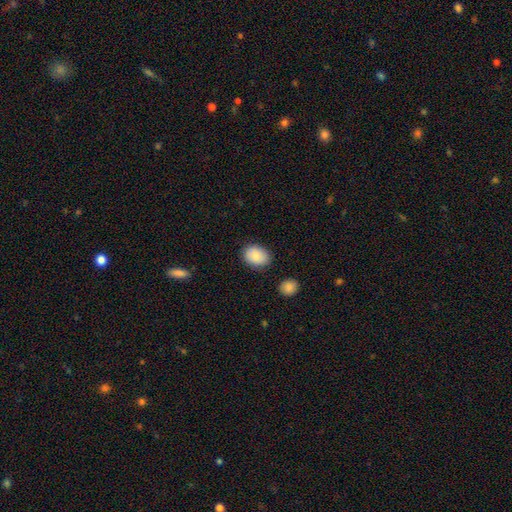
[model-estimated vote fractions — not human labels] This is clearly a smooth galaxy (85%). How rounded: likely in between (60%). Merging: clearly none (81%).